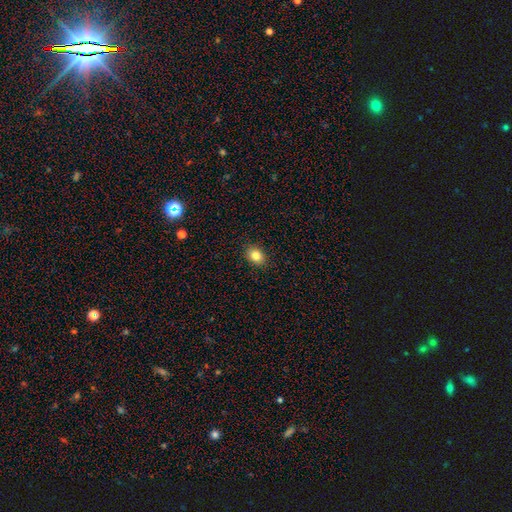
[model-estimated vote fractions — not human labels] smooth 84%, star or artifact 10%, featured or disk 6%. Down the decision tree: how rounded — in between (58%); merging — none (90%).